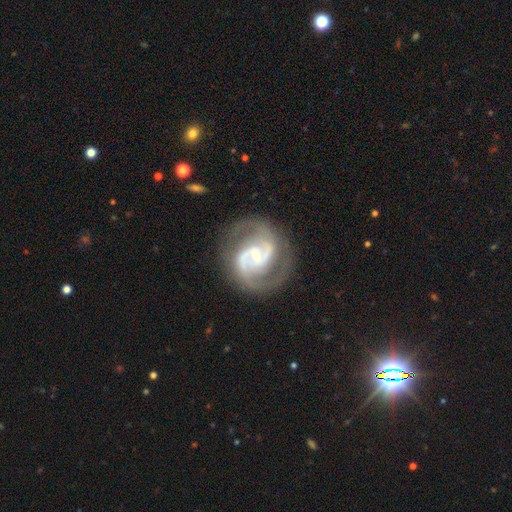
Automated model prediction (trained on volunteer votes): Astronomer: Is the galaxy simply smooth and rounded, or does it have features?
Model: featured or disk — 90%.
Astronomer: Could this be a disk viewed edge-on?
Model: no — 98%.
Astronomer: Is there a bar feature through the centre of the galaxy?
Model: no — 44% (runner-up: weak, 41%).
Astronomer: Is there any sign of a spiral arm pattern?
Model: yes — 98%.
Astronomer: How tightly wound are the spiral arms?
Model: medium — 55% (runner-up: tight, 33%).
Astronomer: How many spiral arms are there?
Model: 2 — 84%.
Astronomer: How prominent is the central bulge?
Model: small — 70%.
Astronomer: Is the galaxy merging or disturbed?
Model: none — 77%.